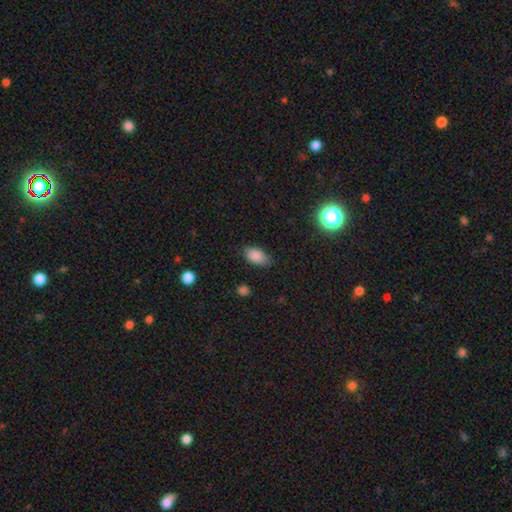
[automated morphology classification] This appears to be a smooth galaxy with no disk features (86%) that is in between round and cigar-shaped (92%). Merging: none (72%).